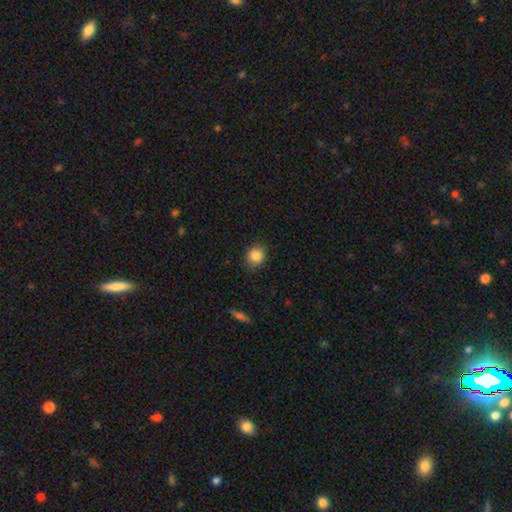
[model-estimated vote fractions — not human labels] smooth 87%, star or artifact 9%, featured or disk 4%. Down the decision tree: how rounded — round (77%); merging — none (85%).